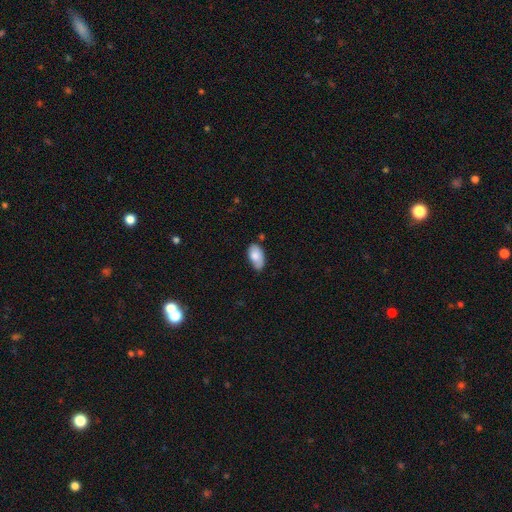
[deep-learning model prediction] A smooth galaxy with no disk features (78%) that is in between round and cigar-shaped (94%).

Vote fractions:
- Smooth or featured? smooth: 78% / featured or disk: 15% / star or artifact: 7%
- How rounded? in between: 94% / round: 4% / cigar-shaped: 2%
- Merging? none: 57% / minor disturbance: 33% / major disturbance: 7% / merger: 4%